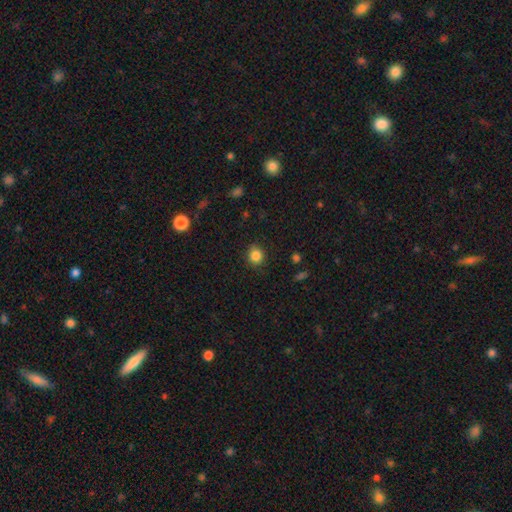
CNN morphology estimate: smooth_or_featured: smooth (p=0.85) [alt: star or artifact p=0.11]
how_rounded: round (p=0.82) [alt: in between p=0.17]
merging: none (p=0.84) [alt: minor disturbance p=0.12]